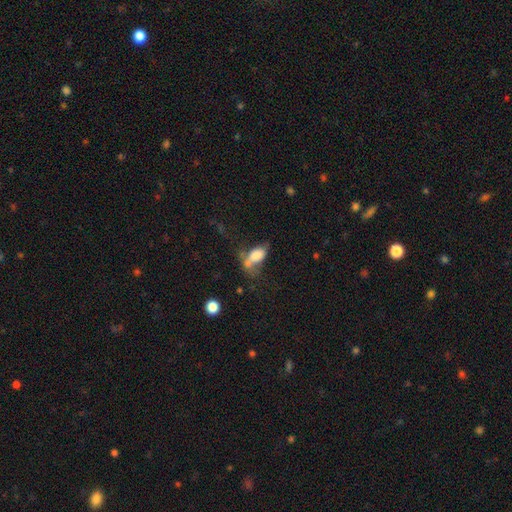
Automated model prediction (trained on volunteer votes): smooth 70%, featured or disk 20%, star or artifact 10%. Down the decision tree: how rounded — in between (88%); merging — merger (29%).